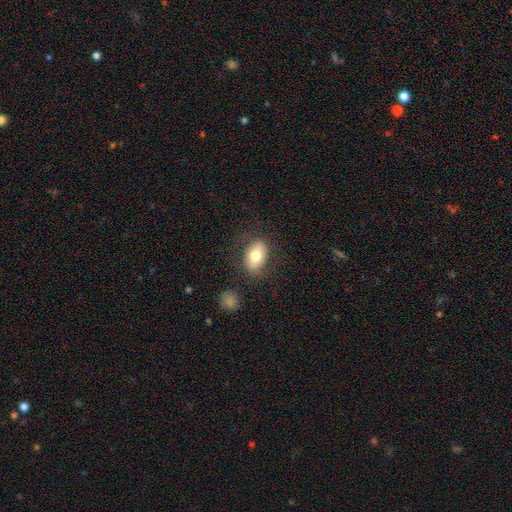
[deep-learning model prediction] A smooth galaxy with no disk features (74%) that is in between round and cigar-shaped (86%). Merging: none (75%).